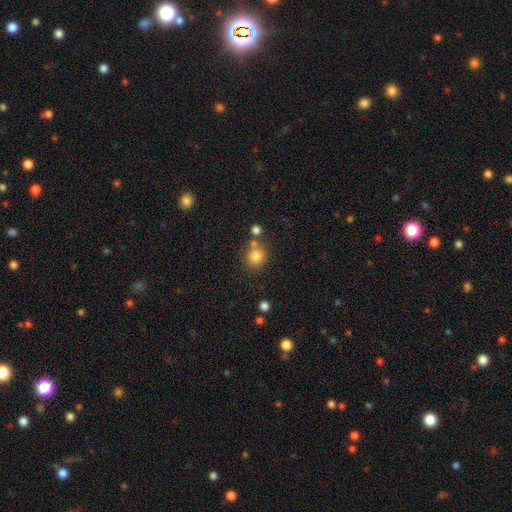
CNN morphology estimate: The model was most divided on "merging": none: 67%, merger: 17%, minor disturbance: 12%, major disturbance: 4%. More confident: smooth or featured — smooth (81%); how rounded — round (80%).